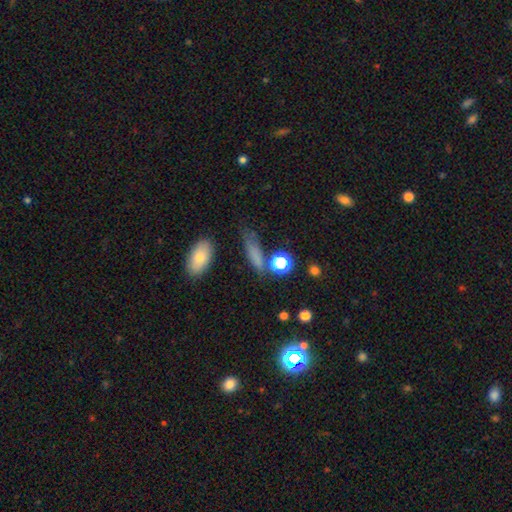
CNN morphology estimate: Smooth or featured: smooth — 72% (star or artifact — 16%)
How rounded: cigar-shaped — 48% (in between — 37%)
Merging: none — 63% (minor disturbance — 19%)